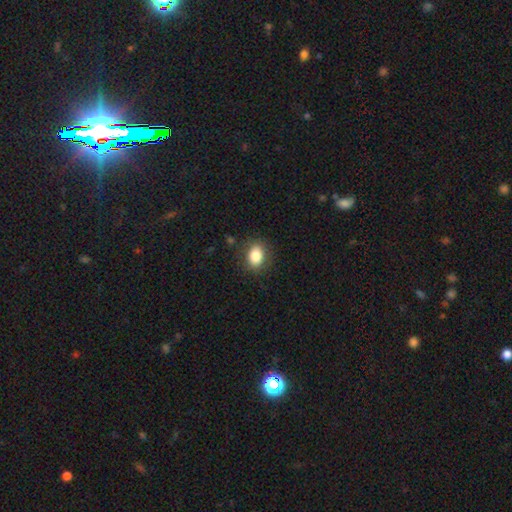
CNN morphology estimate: This appears to be a smooth galaxy with no disk features (84%) that is in between round and cigar-shaped (68%). Merging: none (85%).